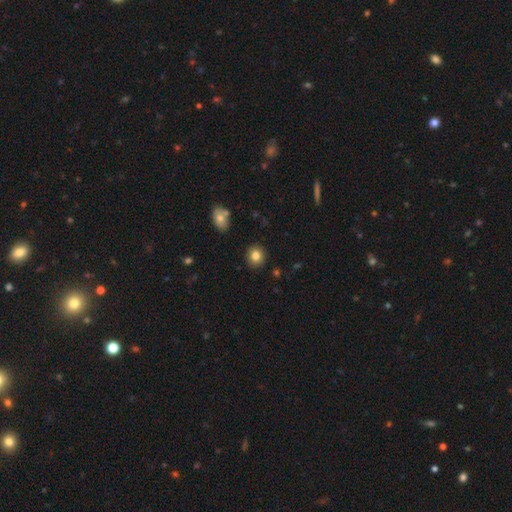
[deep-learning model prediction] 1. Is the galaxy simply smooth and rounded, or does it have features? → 82% smooth, 10% star or artifact, 8% featured or disk.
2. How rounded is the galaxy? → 80% round, 19% in between, 1% cigar-shaped.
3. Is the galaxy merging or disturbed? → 89% none, 7% minor disturbance, 2% major disturbance, 2% merger.